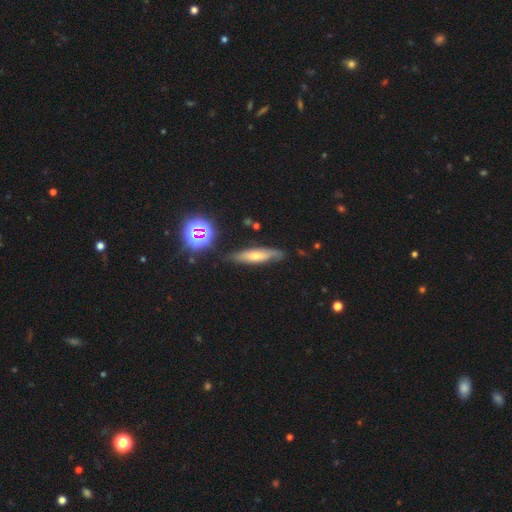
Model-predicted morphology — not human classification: type=smooth (43%); merging=none (78%).